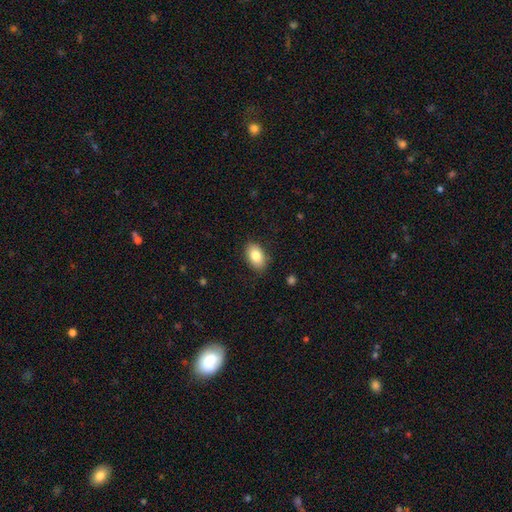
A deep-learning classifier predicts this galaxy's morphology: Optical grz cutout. It shows a smooth galaxy with no disk features (84%) that is in between round and cigar-shaped (88%). Merging: none (85%).